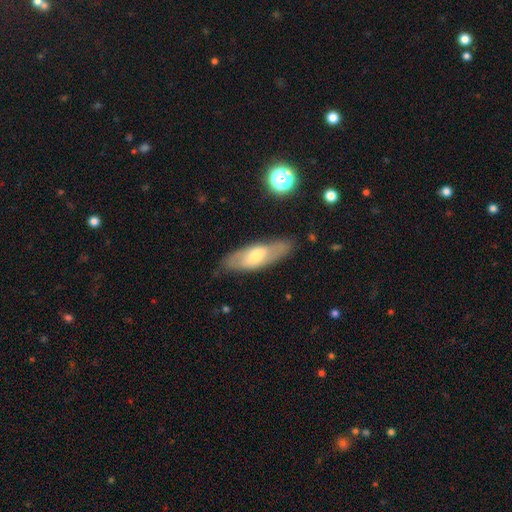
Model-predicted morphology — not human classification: Overall: smooth (47%; featured or disk 46%). Merging: none (80%).